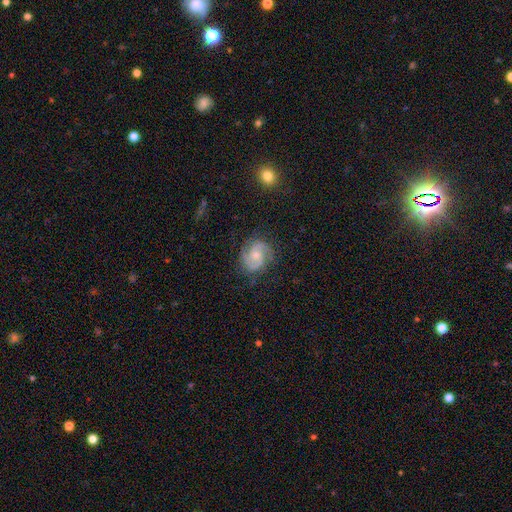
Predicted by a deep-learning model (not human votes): This appears to be a featured or disk galaxy (84%) with no bar (64%), 2 (86%) medium (51%) spiral arms (97%) and a small central bulge (55%). Merging: none (79%).